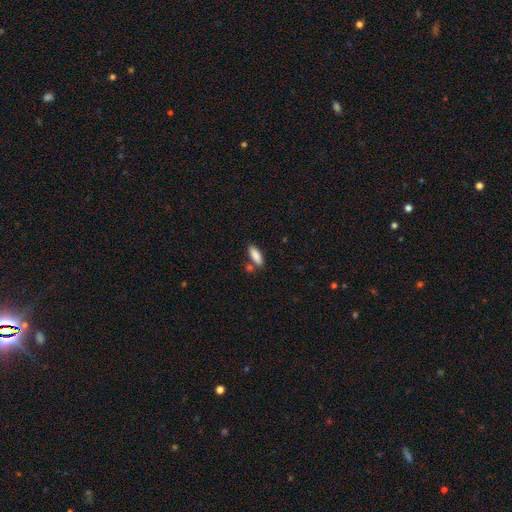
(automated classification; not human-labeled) The model was most divided on "how rounded": in between: 72%, cigar-shaped: 26%, round: 2%. More confident: smooth or featured — smooth (88%); merging — none (71%).